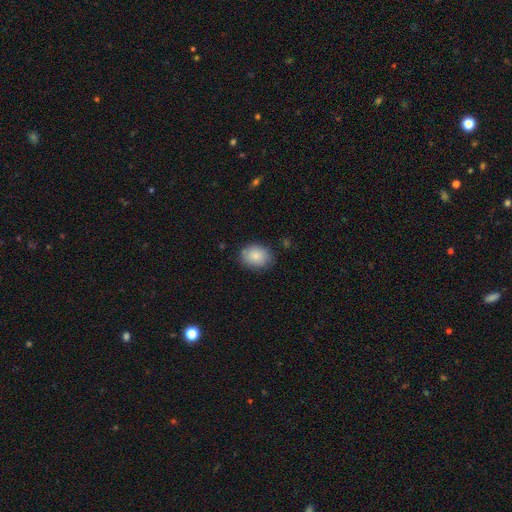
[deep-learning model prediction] This appears to be a smooth galaxy with no disk features (85%) that is in between round and cigar-shaped (59%). Merging: none (79%).